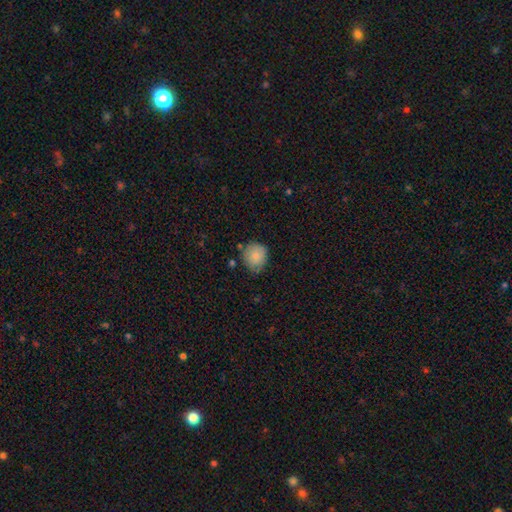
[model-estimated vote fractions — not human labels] Smooth or featured?
  - smooth: 83% *
  - featured or disk: 9%
  - star or artifact: 8%
How rounded?
  - round: 85% *
  - in between: 14%
  - cigar-shaped: 1%
Merging?
  - none: 71% *
  - minor disturbance: 22%
  - major disturbance: 4%
  - merger: 3%